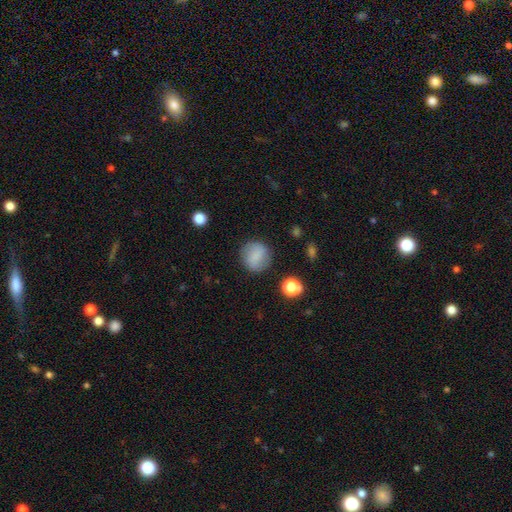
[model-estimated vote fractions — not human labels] Smooth or featured?
  - smooth: 76% *
  - featured or disk: 15%
  - star or artifact: 9%
How rounded?
  - round: 87% *
  - in between: 12%
  - cigar-shaped: 1%
Merging?
  - none: 83% *
  - minor disturbance: 11%
  - major disturbance: 4%
  - merger: 2%